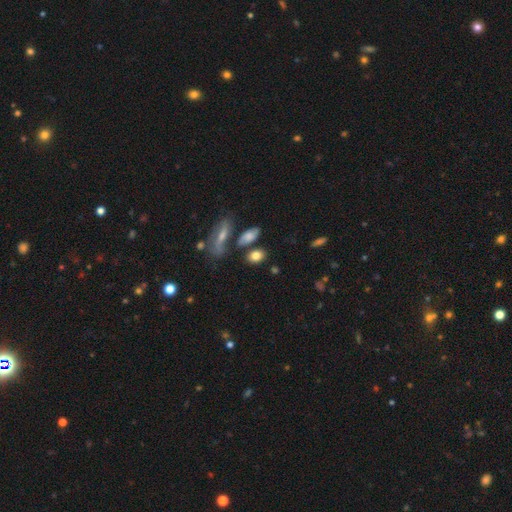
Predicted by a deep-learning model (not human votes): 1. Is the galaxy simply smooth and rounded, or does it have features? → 80% smooth, 12% featured or disk, 8% star or artifact.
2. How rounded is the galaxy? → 79% in between, 17% round, 4% cigar-shaped.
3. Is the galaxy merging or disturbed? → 72% none, 13% minor disturbance, 11% merger, 5% major disturbance.